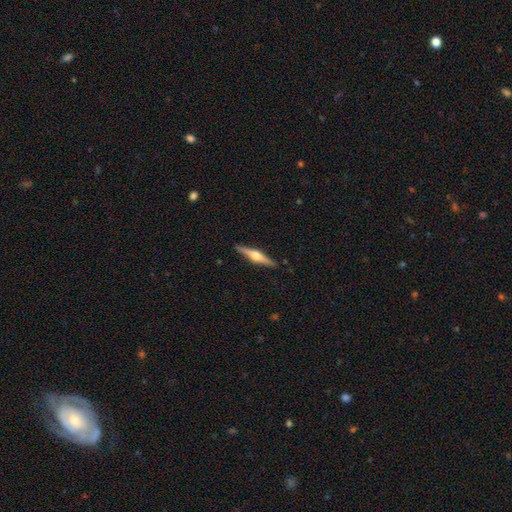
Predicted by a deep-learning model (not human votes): This is likely a featured or disk galaxy (73%). It is clearly viewed edge-on (98%). Edge-on bulge: clearly rounded (93%). Merging: clearly none (90%).